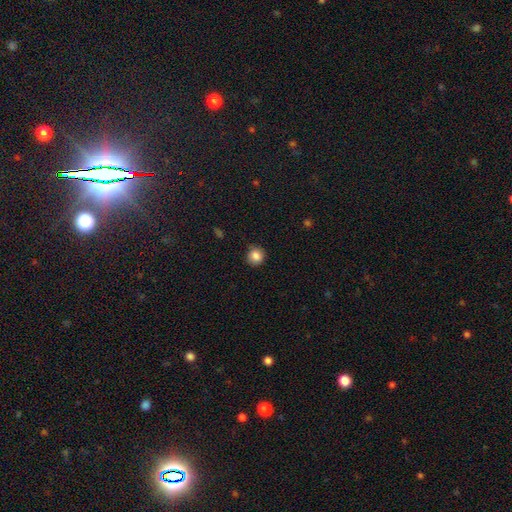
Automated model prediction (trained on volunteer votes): Morphology: type=smooth (86%); roundness=round (90%); merging=none (84%).